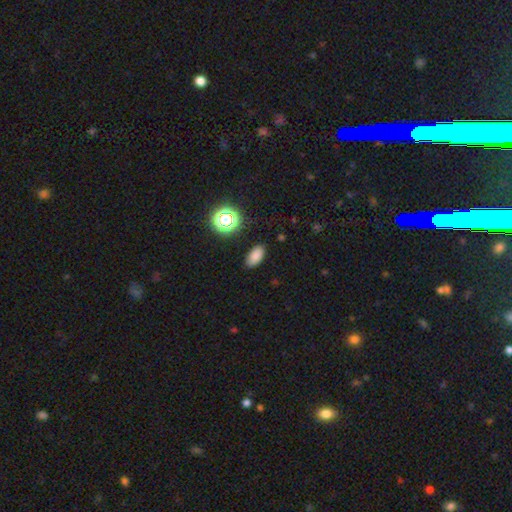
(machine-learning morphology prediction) This appears to be a smooth galaxy with no disk features (79%) that is in between round and cigar-shaped (91%). Merging: none (87%).